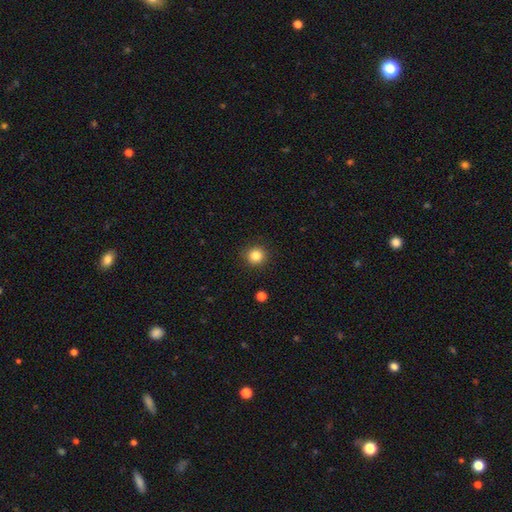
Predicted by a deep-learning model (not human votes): This appears to be a smooth galaxy with no disk features (84%) that is round (93%). Merging: none (91%).